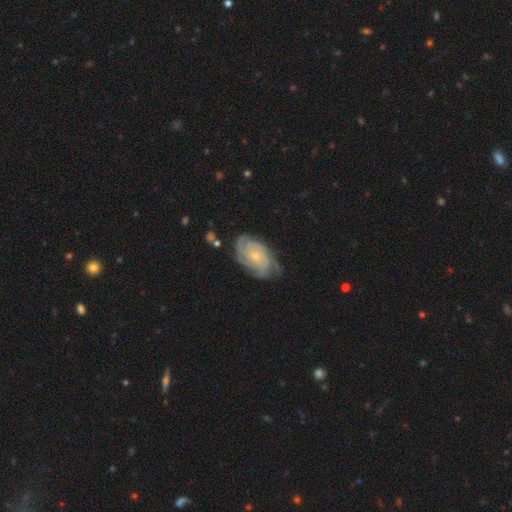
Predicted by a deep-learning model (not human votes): featured or disk 81%, smooth 13%, star or artifact 6%. Down the decision tree: edge-on disk — no (96%); bar — no (76%); spiral arms — yes (95%); spiral arm count — can't tell (32%); spiral winding — tight (69%); bulge size — small (71%); merging — none (69%).